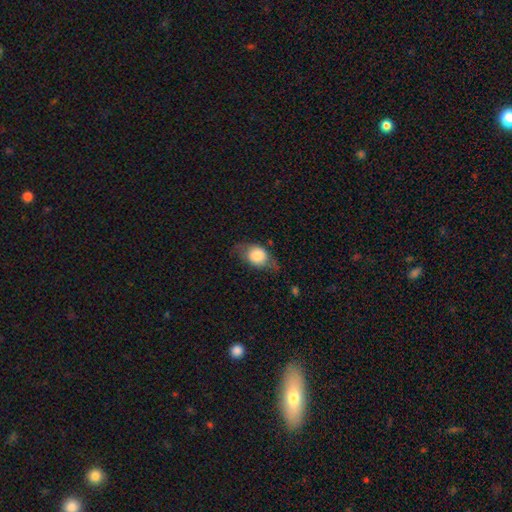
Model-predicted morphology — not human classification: This is likely a smooth galaxy (69%). How rounded: likely in between (64%). Merging: likely none (62%).